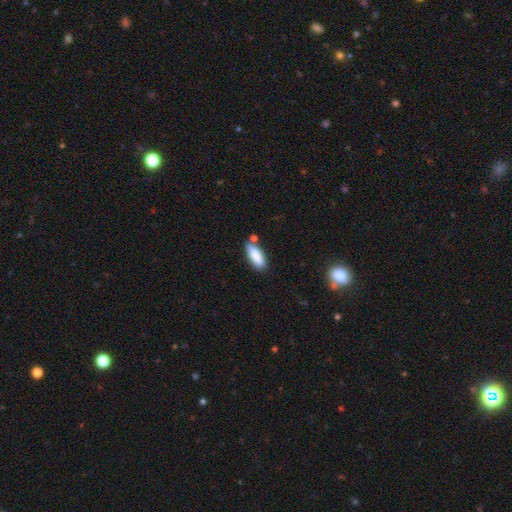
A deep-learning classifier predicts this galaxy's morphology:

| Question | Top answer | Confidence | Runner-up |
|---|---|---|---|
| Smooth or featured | smooth | 86% | featured or disk (7%) |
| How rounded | in between | 70% | cigar-shaped (28%) |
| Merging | none | 70% | minor disturbance (15%) |